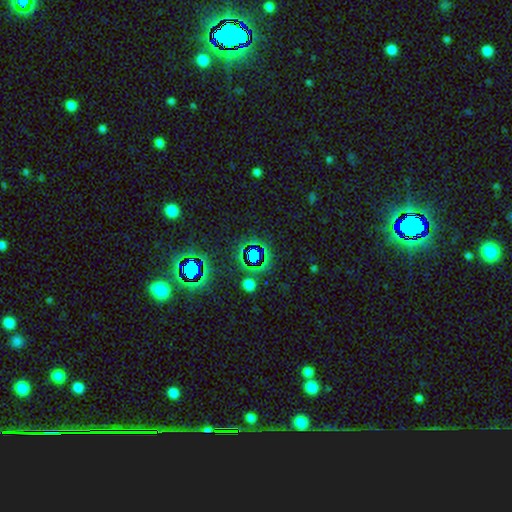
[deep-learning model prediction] Morphology: type=star or artifact (69%).